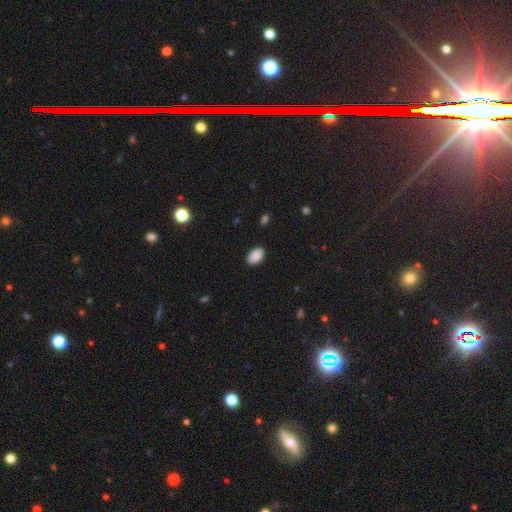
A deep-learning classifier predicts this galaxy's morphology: smooth 90%, star or artifact 7%, featured or disk 3%. Down the decision tree: how rounded — in between (89%); merging — none (87%).